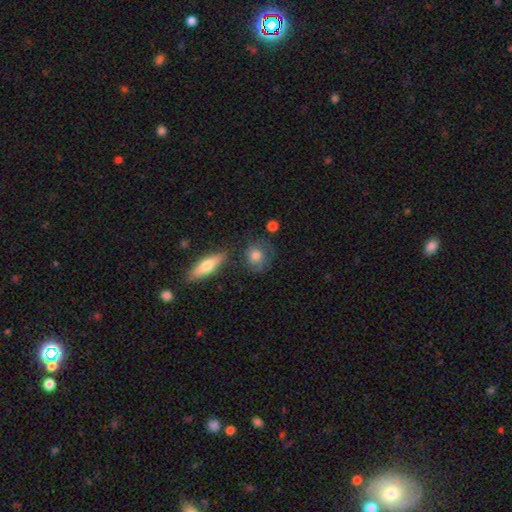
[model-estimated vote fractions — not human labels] smooth_or_featured: smooth (p=0.72) [alt: featured or disk p=0.19]
how_rounded: round (p=0.73) [alt: in between p=0.24]
merging: none (p=0.66) [alt: minor disturbance p=0.19]